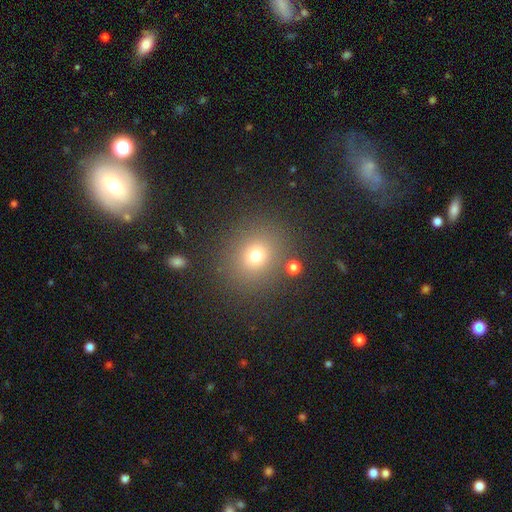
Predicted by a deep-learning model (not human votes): Overall: smooth (72%). How rounded: round (76%). Merging: none (85%).